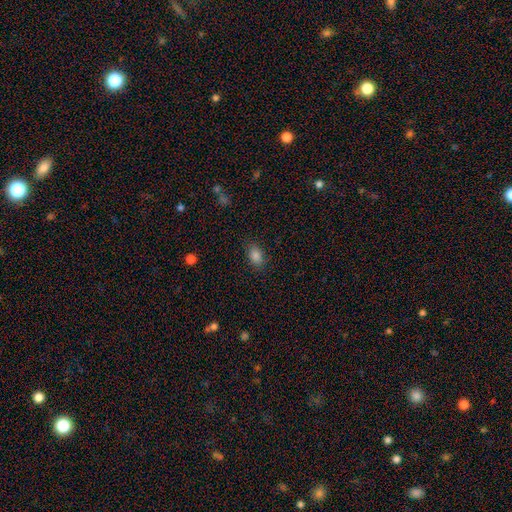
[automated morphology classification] Smooth or featured?
  - smooth: 85% *
  - star or artifact: 10%
  - featured or disk: 5%
How rounded?
  - in between: 83% *
  - round: 15%
  - cigar-shaped: 2%
Merging?
  - none: 83% *
  - minor disturbance: 13%
  - major disturbance: 3%
  - merger: 1%